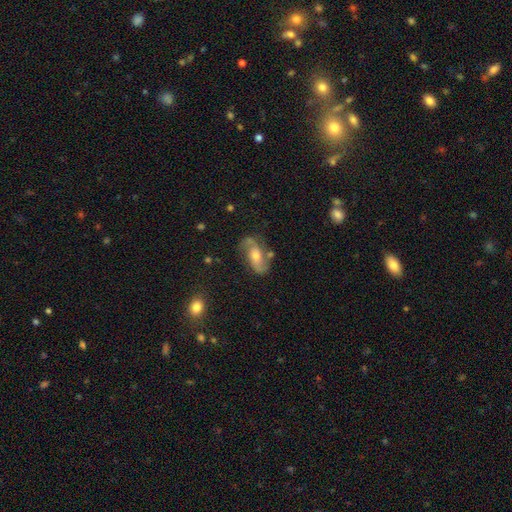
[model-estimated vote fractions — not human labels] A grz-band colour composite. It shows a featured or disk galaxy (70%) with no bar (53%), 2 (86%) loose (41%, tied with medium) spiral arms (89%) and a moderate central bulge (60%). Merging: none (67%).